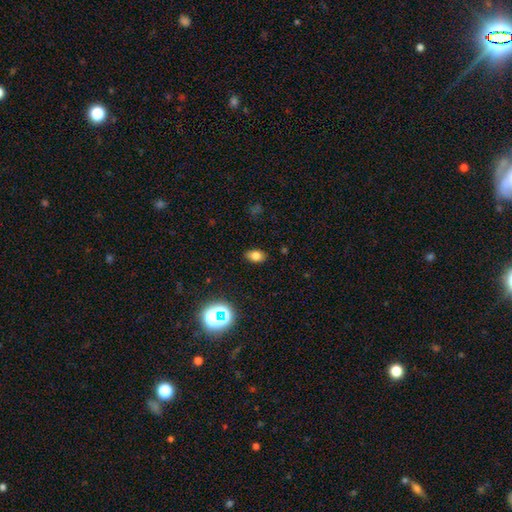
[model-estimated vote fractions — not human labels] Smooth or featured? Predicted: smooth (p=0.76). How rounded? Predicted: in between (p=0.85). Merging? Predicted: none (p=0.86).